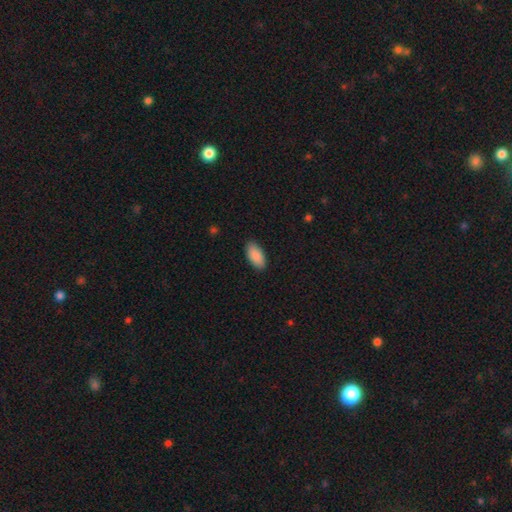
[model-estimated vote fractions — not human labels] The model was most divided on "merging": none: 88%, minor disturbance: 9%, major disturbance: 2%, merger: 1%. More confident: how rounded — in between (93%); smooth or featured — smooth (90%).